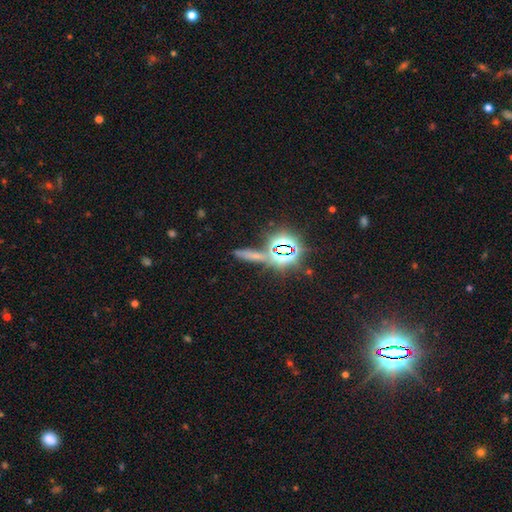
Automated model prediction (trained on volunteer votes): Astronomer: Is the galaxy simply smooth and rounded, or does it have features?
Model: star or artifact — 60%.